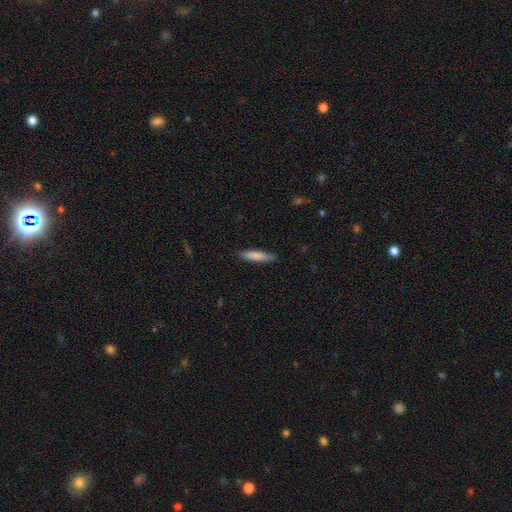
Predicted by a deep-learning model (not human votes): A smooth galaxy with no disk features (81%) that is cigar-shaped (85%). Merging: none (87%).